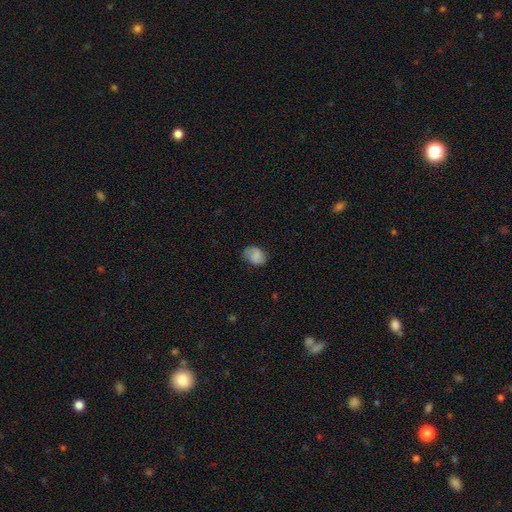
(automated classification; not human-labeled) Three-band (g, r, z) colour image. It shows a smooth galaxy with no disk features (76%) that is in between round and cigar-shaped (71%). Merging: none (68%).